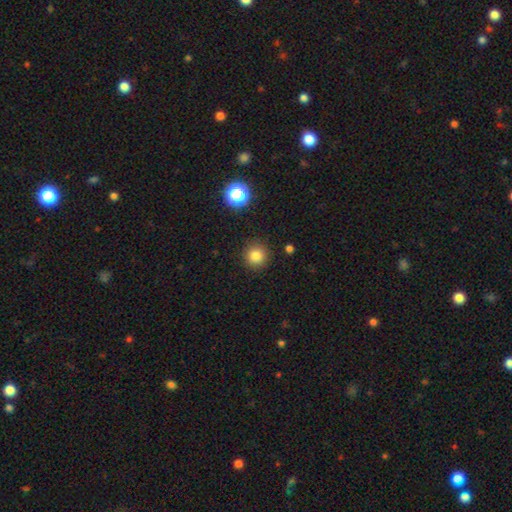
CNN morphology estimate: A smooth galaxy with no disk features (82%) that is round (94%). Merging: none (90%).